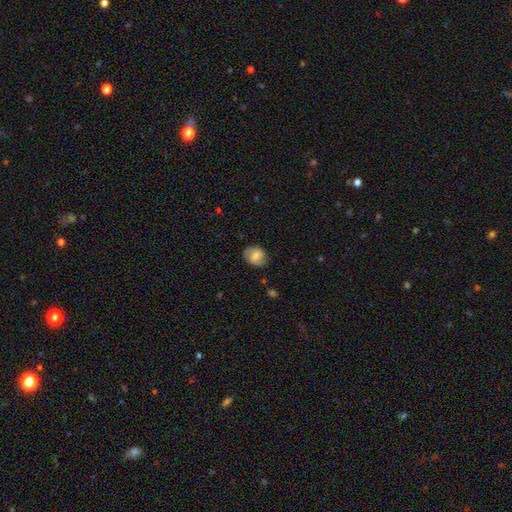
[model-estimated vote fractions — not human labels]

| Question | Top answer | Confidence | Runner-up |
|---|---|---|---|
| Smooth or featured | smooth | 64% | featured or disk (27%) |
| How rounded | round | 57% | in between (42%) |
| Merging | none | 76% | minor disturbance (17%) |